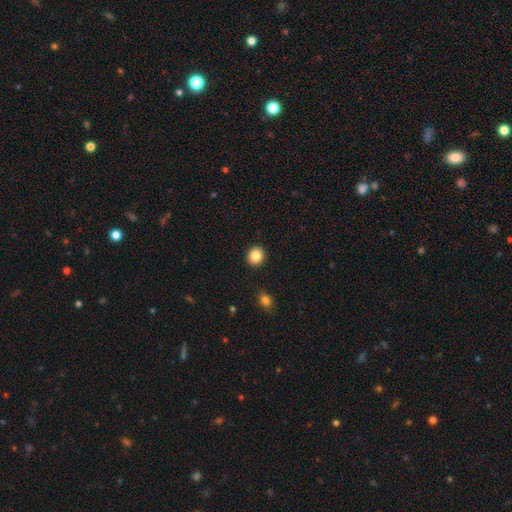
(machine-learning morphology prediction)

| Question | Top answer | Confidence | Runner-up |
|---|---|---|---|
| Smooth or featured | smooth | 87% | star or artifact (9%) |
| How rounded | round | 85% | in between (14%) |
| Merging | none | 92% | minor disturbance (5%) |